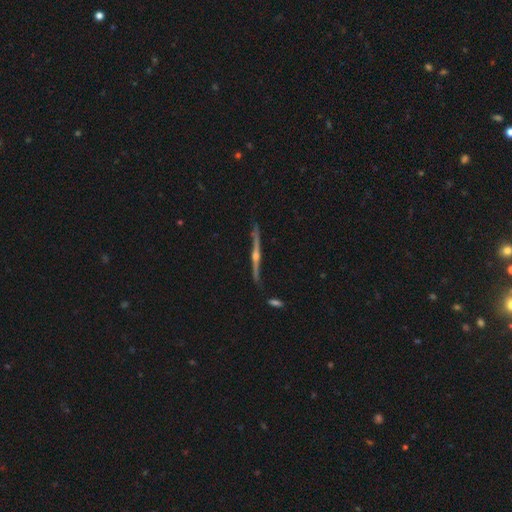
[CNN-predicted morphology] type=featured or disk (86%); edge-on=yes (97%); edge-on bulge=rounded (91%); merging=none (79%).